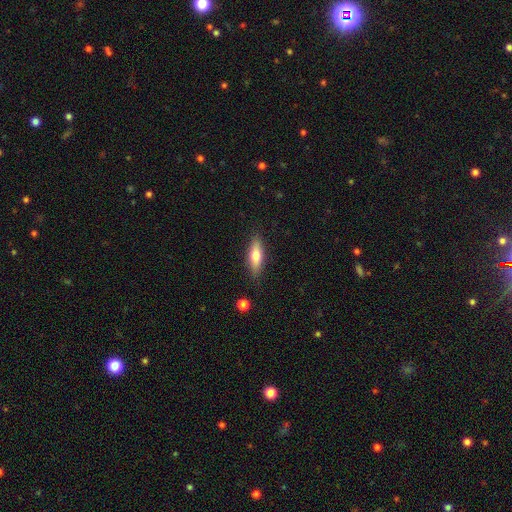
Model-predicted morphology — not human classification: This appears to be a smooth galaxy with no disk features (63%) that is cigar-shaped (49%). Merging: none (85%).